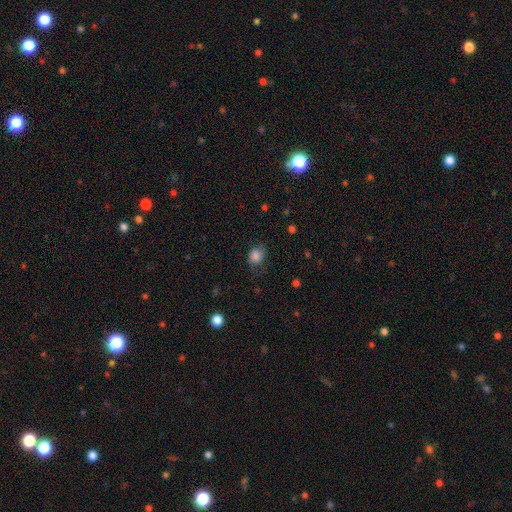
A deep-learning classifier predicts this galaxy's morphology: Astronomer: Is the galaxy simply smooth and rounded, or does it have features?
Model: smooth — 75%.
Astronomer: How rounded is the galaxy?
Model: in between — 51% (runner-up: round, 48%).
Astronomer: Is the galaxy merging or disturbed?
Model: none — 62%.